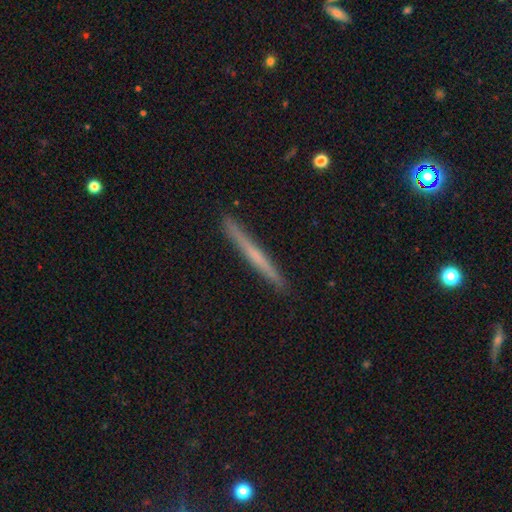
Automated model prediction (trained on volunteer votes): Smooth or featured?
  - featured or disk: 49% *
  - smooth: 45%
  - star or artifact: 6%
Merging?
  - none: 92% *
  - minor disturbance: 6%
  - major disturbance: 1%
  - merger: 1%